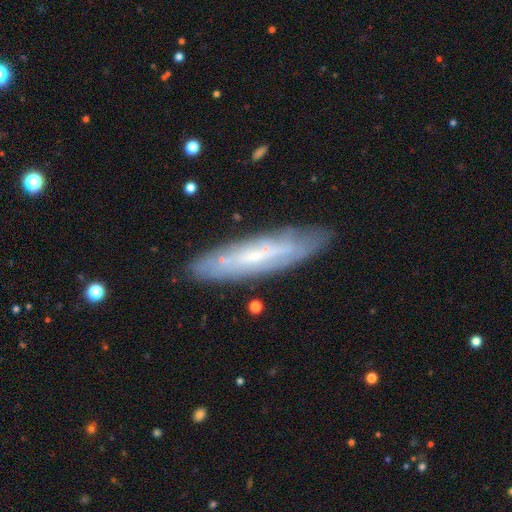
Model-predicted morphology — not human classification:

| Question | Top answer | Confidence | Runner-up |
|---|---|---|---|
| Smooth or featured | featured or disk | 56% | smooth (37%) |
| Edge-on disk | yes | 53% | no (47%) |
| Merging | none | 80% | minor disturbance (14%) |